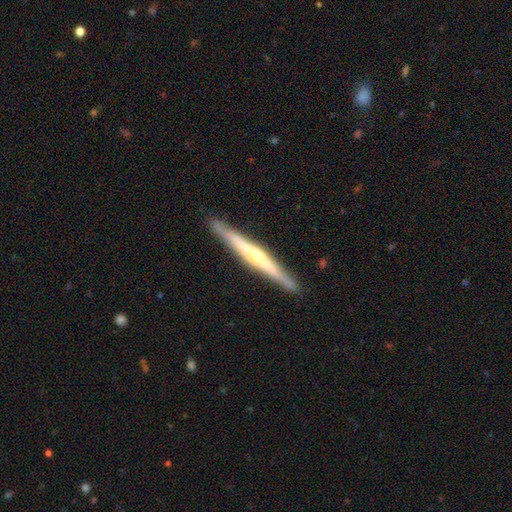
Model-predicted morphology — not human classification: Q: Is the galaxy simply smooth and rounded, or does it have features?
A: featured or disk — 73%.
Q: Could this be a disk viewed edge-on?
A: yes — 98%.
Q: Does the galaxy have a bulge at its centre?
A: rounded — 67%.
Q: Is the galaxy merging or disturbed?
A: none — 91%.